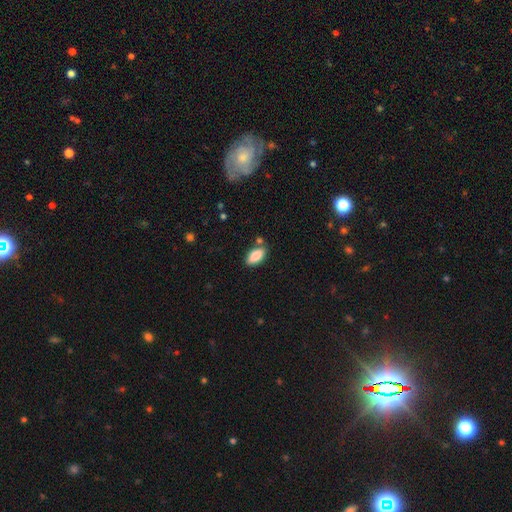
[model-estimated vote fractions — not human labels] smooth 85%, featured or disk 8%, star or artifact 7%. Down the decision tree: how rounded — in between (89%); merging — none (76%).